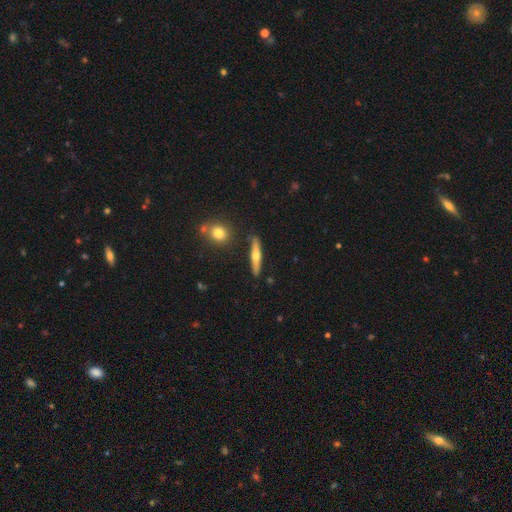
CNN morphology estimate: The model was most divided on "smooth or featured": featured or disk: 53%, smooth: 41%, star or artifact: 6%. More confident: edge-on disk — yes (94%); merging — none (86%).